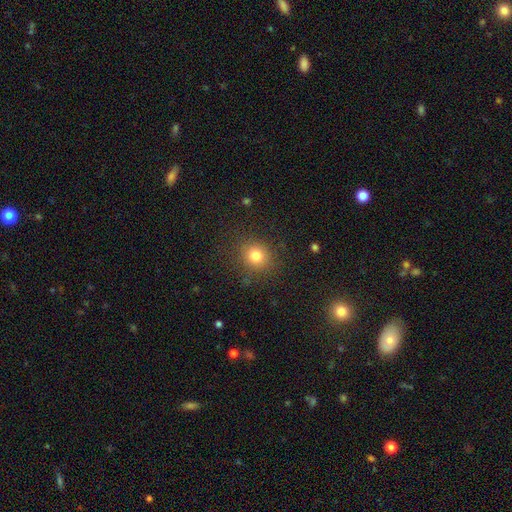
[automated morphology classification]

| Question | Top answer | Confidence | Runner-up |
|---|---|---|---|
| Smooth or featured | smooth | 79% | star or artifact (14%) |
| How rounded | round | 87% | in between (12%) |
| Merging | none | 85% | minor disturbance (9%) |